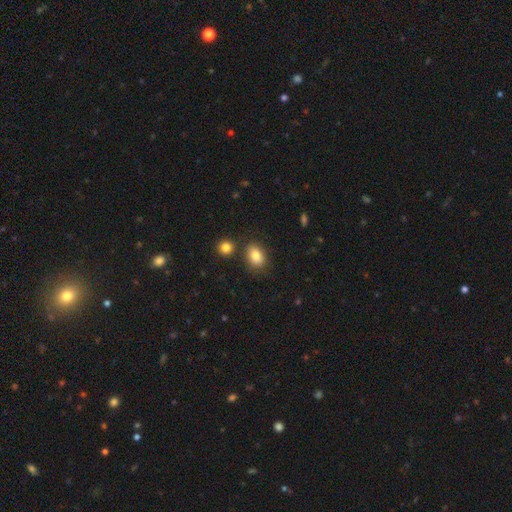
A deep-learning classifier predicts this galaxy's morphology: The model was most divided on "how rounded": in between: 79%, round: 20%, cigar-shaped: 1%. More confident: smooth or featured — smooth (83%); merging — none (78%).